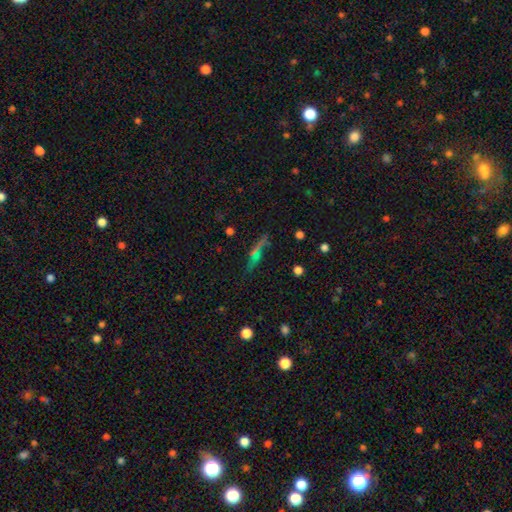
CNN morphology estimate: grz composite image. It shows a featured or disk galaxy (46%). Merging: none (62%).